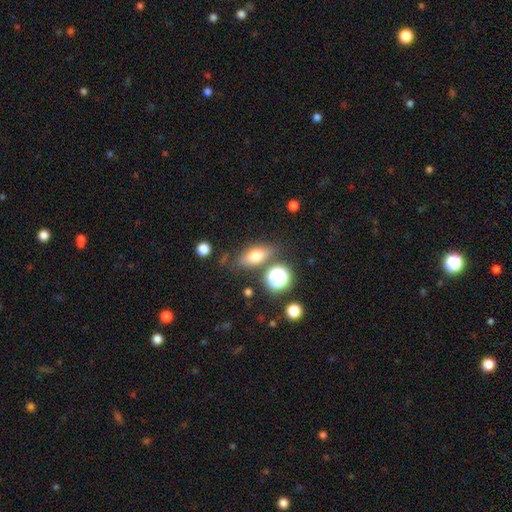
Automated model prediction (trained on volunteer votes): Overall: smooth (67%). How rounded: in between (68%). Merging: none (73%).